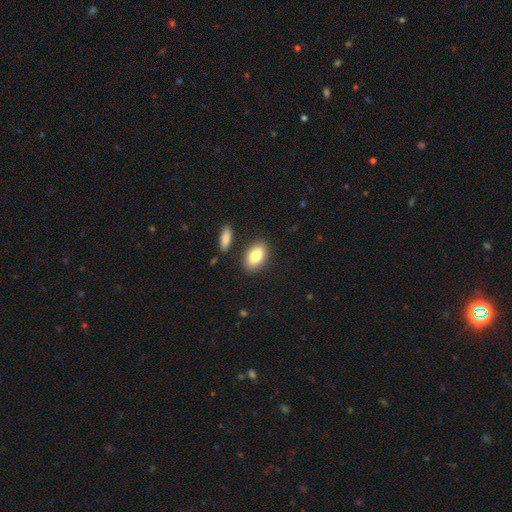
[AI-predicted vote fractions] Smooth or featured? smooth (82%)
How rounded? in between (90%)
Merging? none (84%)